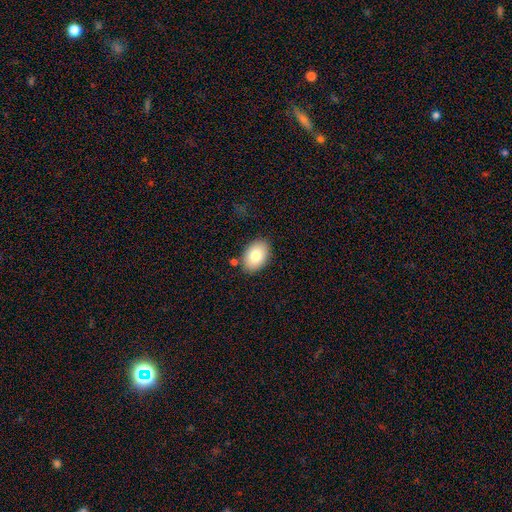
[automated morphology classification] type=smooth (80%); roundness=in between (87%); merging=none (85%).